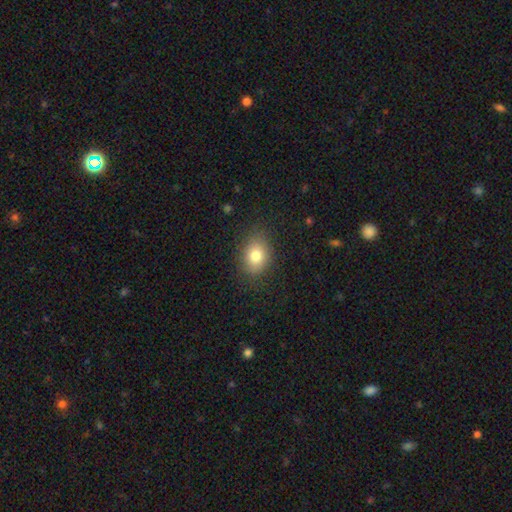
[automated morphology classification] smooth-or-featured: smooth: 80% | star or artifact: 10% | featured or disk: 10%
  how-rounded: in between: 66% | round: 33% | cigar-shaped: 1%
  merging: none: 83% | minor disturbance: 12% | major disturbance: 4% | merger: 1%